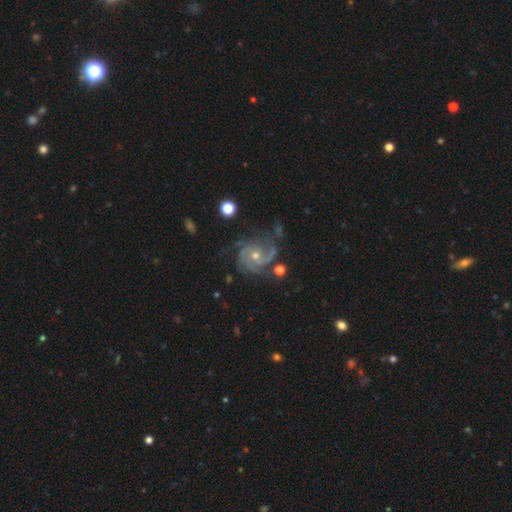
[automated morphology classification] smooth_or_featured: featured or disk (p=0.89) [alt: star or artifact p=0.07]
disk_edge_on: no (p=0.98) [alt: yes p=0.02]
bar: no (p=0.70) [alt: weak p=0.24]
has_spiral_arms: yes (p=0.98) [alt: no p=0.02]
spiral_winding: tight (p=0.52) [alt: medium p=0.40]
spiral_arm_count: 3 (p=0.46) [alt: 2 p=0.18]
bulge_size: small (p=0.51) [alt: moderate p=0.46]
merging: none (p=0.66) [alt: minor disturbance p=0.20]